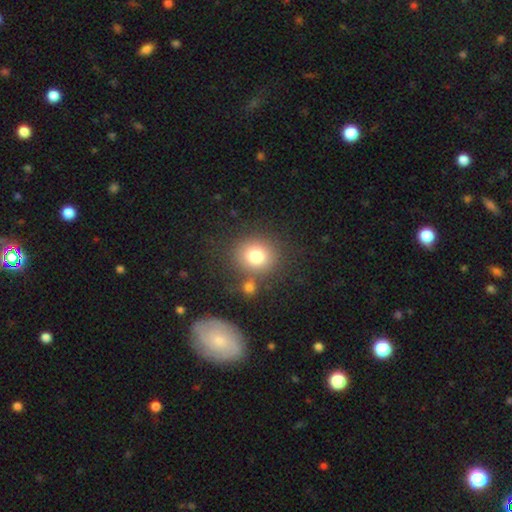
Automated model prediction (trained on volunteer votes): Smooth or featured? smooth (78%)
How rounded? round (79%)
Merging? none (73%)